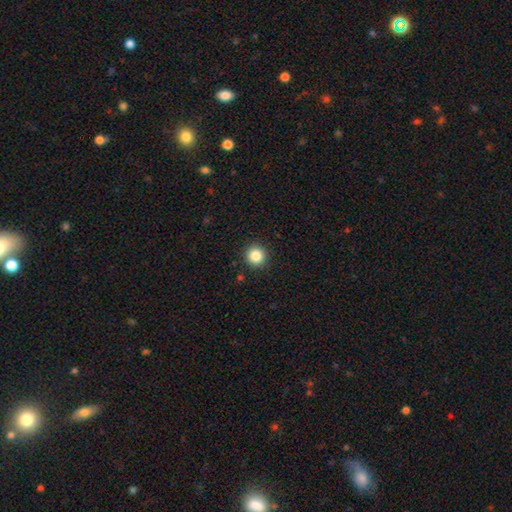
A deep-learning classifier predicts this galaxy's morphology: Smooth or featured? Predicted: smooth (p=0.85). How rounded? Predicted: round (p=0.95). Merging? Predicted: none (p=0.92).